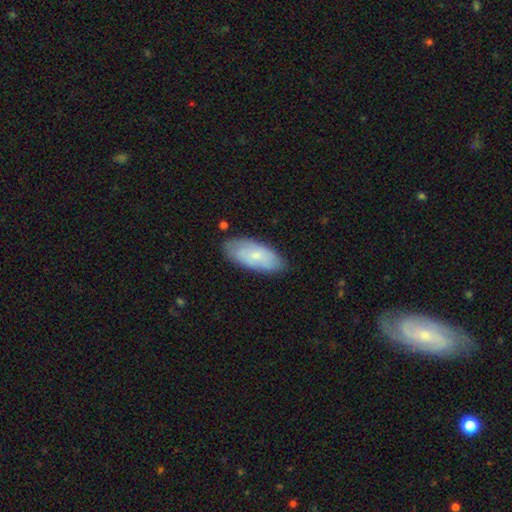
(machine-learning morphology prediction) smooth 62%, featured or disk 32%, star or artifact 6%. Down the decision tree: how rounded — in between (88%); merging — none (76%).